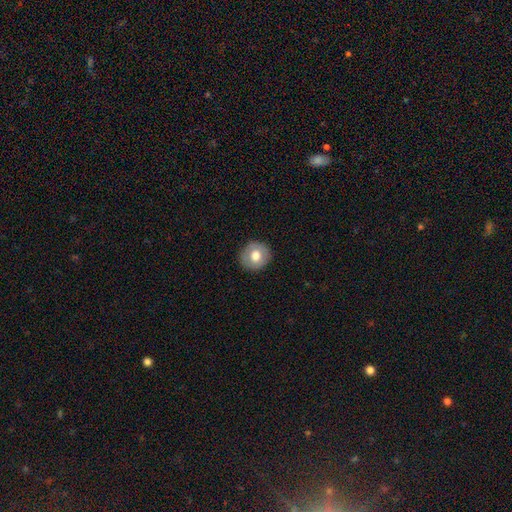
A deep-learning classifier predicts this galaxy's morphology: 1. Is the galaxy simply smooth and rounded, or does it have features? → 71% smooth, 21% featured or disk, 7% star or artifact.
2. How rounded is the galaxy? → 90% round, 9% in between, 1% cigar-shaped.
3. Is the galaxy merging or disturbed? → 89% none, 7% minor disturbance, 2% major disturbance, 1% merger.